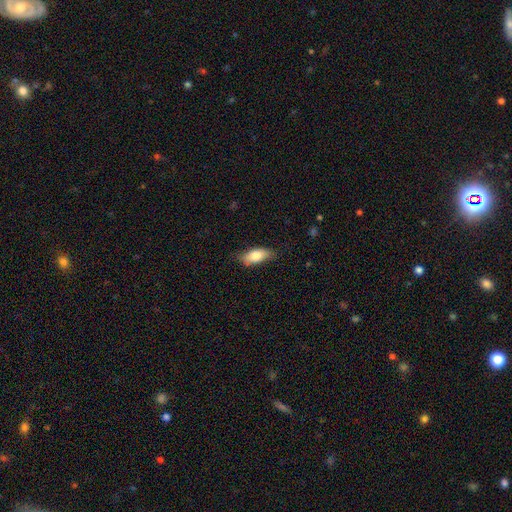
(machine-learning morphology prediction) The model was most divided on "merging": none: 75%, minor disturbance: 20%, major disturbance: 4%, merger: 1%. More confident: how rounded — in between (83%); smooth or featured — smooth (79%).